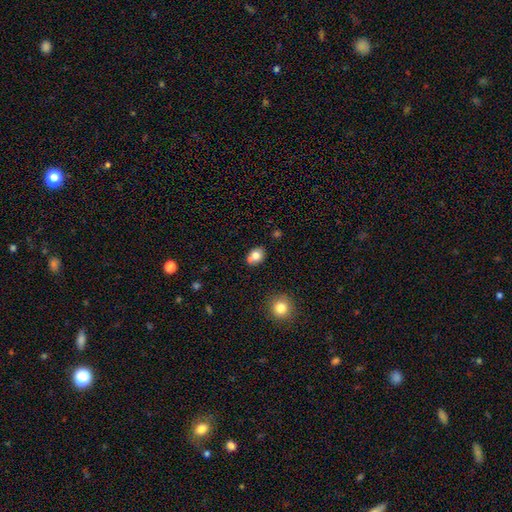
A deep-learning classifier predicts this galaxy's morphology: type=smooth (78%); roundness=in between (61%); merging=none (66%).